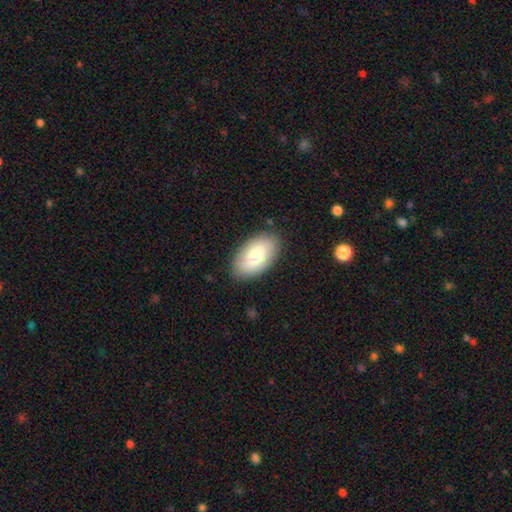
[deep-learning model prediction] Smooth or featured? Predicted: smooth (p=0.72). How rounded? Predicted: in between (p=0.94). Merging? Predicted: none (p=0.85).